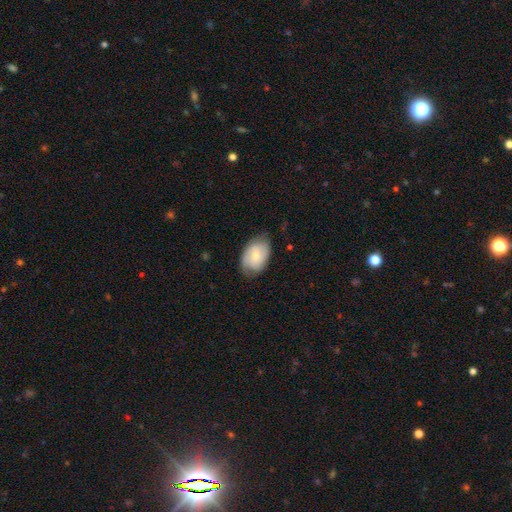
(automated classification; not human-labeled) Q: Smooth or featured?
A: smooth (48%); runner-up: featured or disk (45%)
Q: Merging?
A: none (69%); runner-up: minor disturbance (24%)